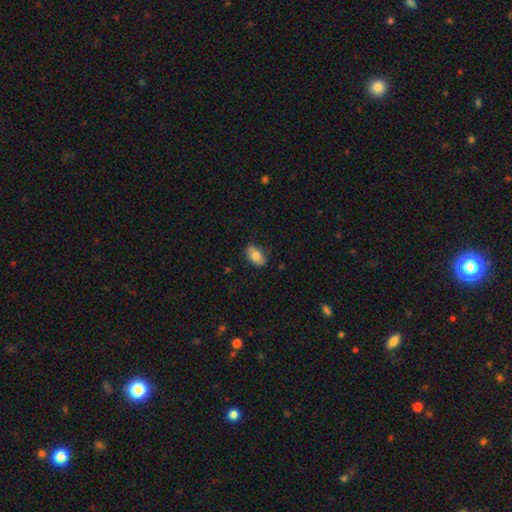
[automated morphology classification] Smooth or featured? smooth (76%)
How rounded? in between (91%)
Merging? none (75%)